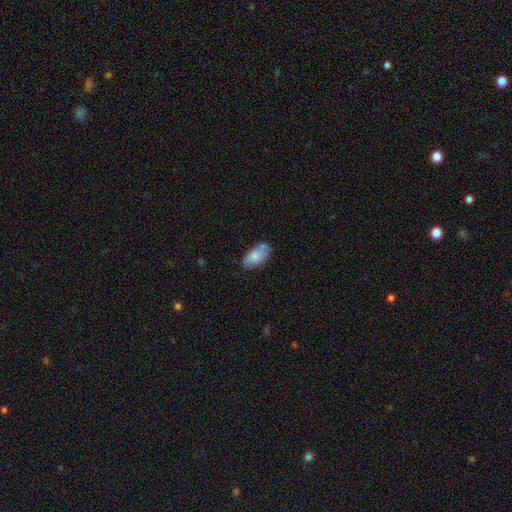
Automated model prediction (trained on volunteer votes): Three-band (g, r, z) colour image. It shows a smooth galaxy with no disk features (72%) that is in between round and cigar-shaped (93%). Merging: none (63%).